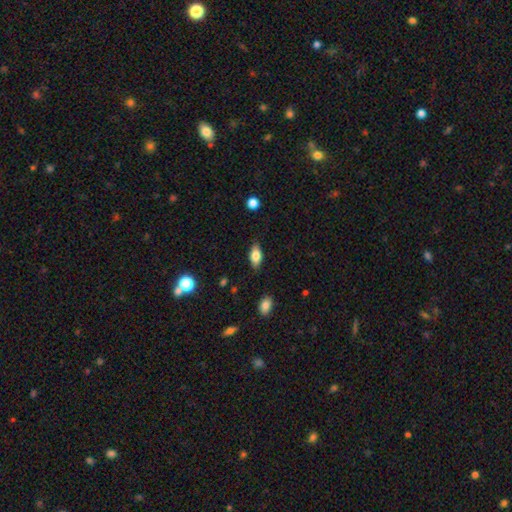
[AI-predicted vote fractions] Smooth or featured? Predicted: smooth (p=0.76). How rounded? Predicted: in between (p=0.87). Merging? Predicted: none (p=0.85).